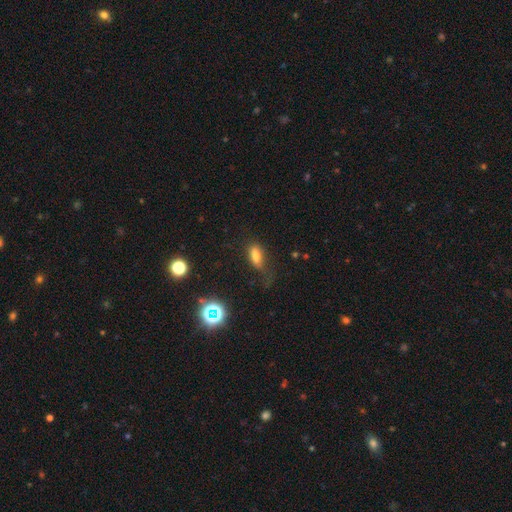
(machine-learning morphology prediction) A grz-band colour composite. It shows a smooth galaxy with no disk features (73%) that is in between round and cigar-shaped (78%). Merging: none (47%).